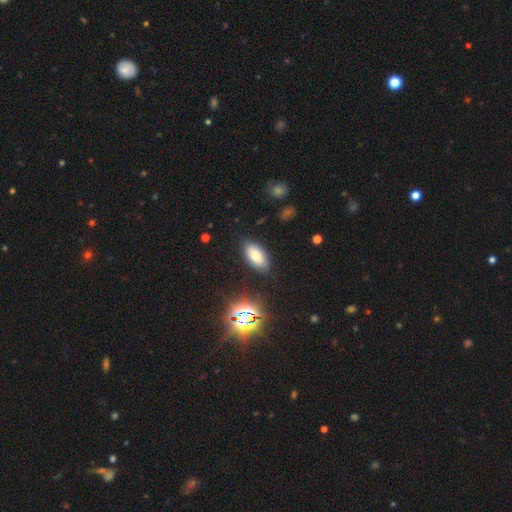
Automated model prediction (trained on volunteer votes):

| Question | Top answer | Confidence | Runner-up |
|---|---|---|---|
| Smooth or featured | smooth | 78% | star or artifact (12%) |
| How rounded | in between | 91% | cigar-shaped (5%) |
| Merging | none | 86% | minor disturbance (10%) |